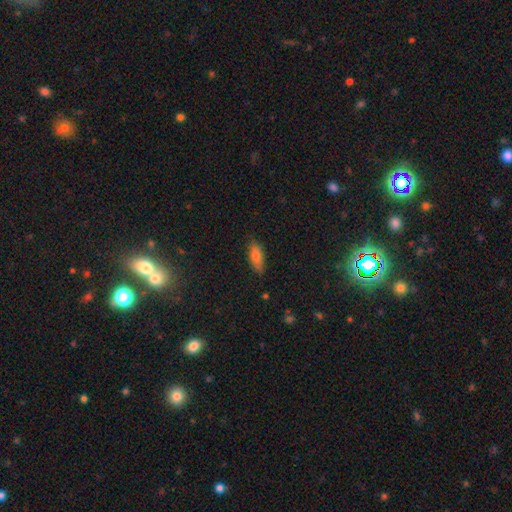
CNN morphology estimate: A smooth galaxy with no disk features (78%) that is in between round and cigar-shaped (74%).

Vote fractions:
- Smooth or featured? smooth: 78% / featured or disk: 13% / star or artifact: 9%
- How rounded? in between: 74% / cigar-shaped: 24% / round: 3%
- Merging? none: 82% / minor disturbance: 15% / major disturbance: 2% / merger: 1%